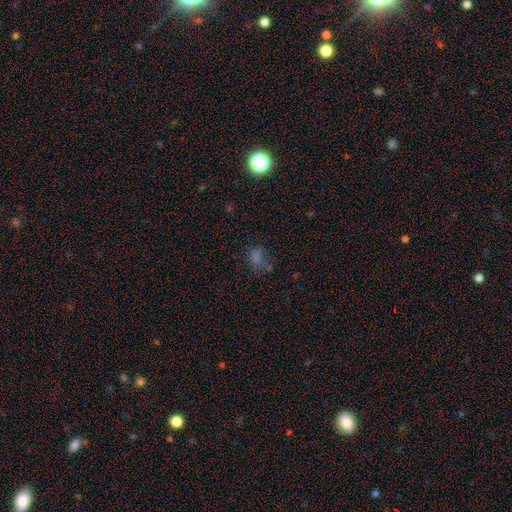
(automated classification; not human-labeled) Morphology: type=smooth (52%); roundness=in between (52%); merging=none (55%).